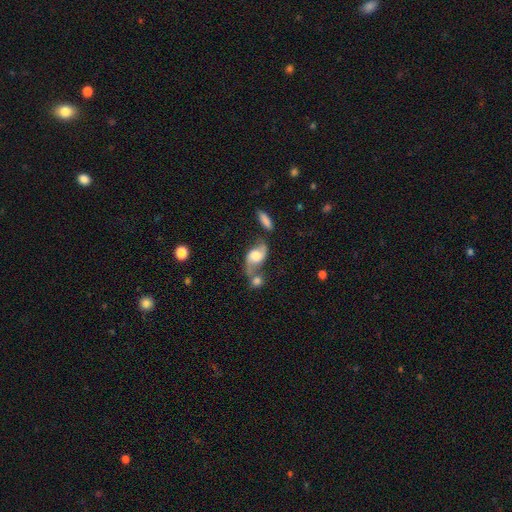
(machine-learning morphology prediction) This is likely a featured or disk galaxy (65%). It is clearly not viewed edge-on (93%). Bar: likely no (62%). Spiral arm pattern: clearly yes (88%). Spiral arm count: clearly 2 (90%). Spiral winding: likely loose (72%). Central bulge: marginally large (40%). Merging: marginally merger (38%).